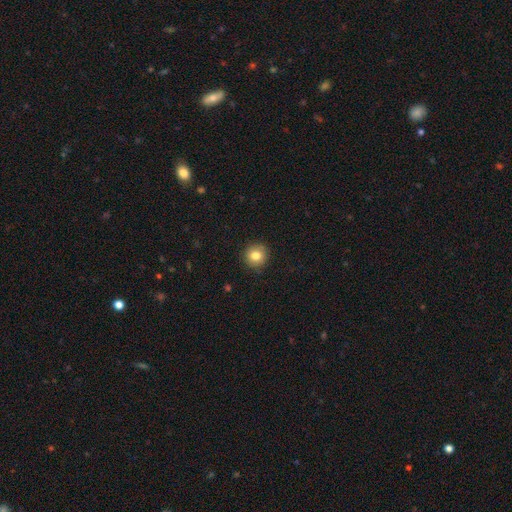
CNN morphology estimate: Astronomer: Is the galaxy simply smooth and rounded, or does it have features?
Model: smooth — 82%.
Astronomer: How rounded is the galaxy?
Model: round — 93%.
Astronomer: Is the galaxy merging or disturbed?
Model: none — 92%.